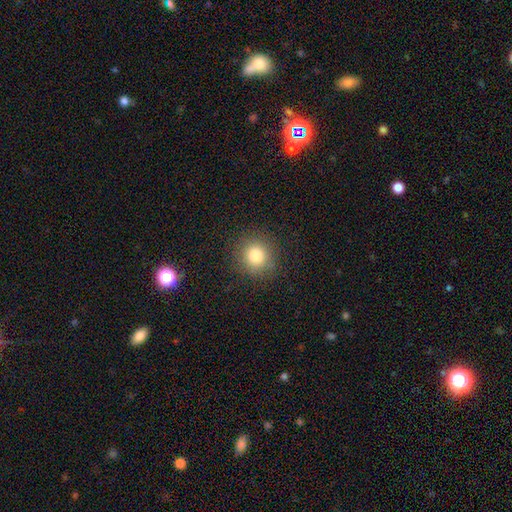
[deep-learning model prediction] A smooth galaxy with no disk features (80%) that is round (91%). Merging: none (89%).